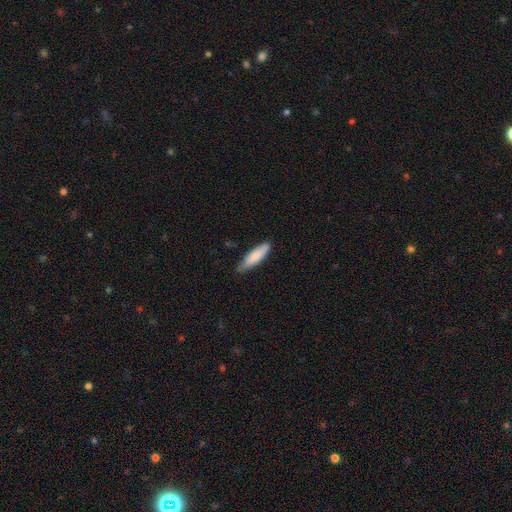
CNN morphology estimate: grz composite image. It shows a smooth galaxy with no disk features (83%) that is cigar-shaped (63%). Merging: none (78%).